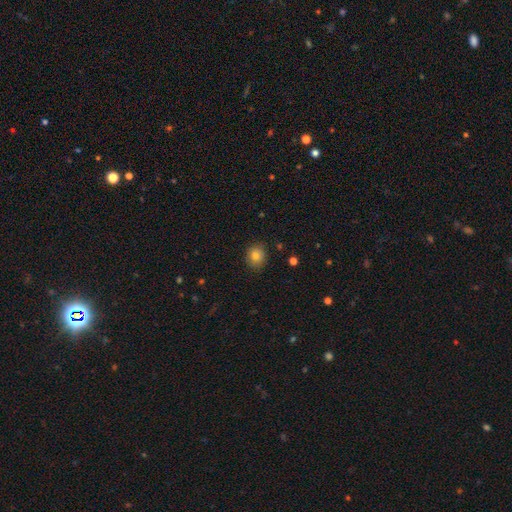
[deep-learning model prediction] smooth-or-featured: smooth: 80% | star or artifact: 12% | featured or disk: 8%
  how-rounded: round: 76% | in between: 23% | cigar-shaped: 1%
  merging: none: 86% | minor disturbance: 10% | major disturbance: 2% | merger: 1%